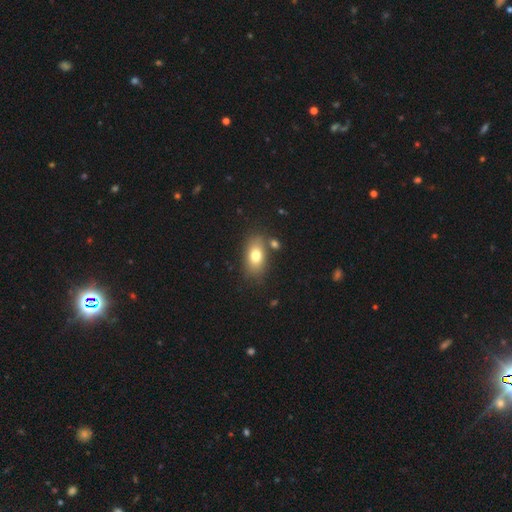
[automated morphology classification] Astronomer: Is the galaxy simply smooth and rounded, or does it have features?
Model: smooth — 76%.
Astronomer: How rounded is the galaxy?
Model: in between — 86%.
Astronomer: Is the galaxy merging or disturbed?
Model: none — 73%.